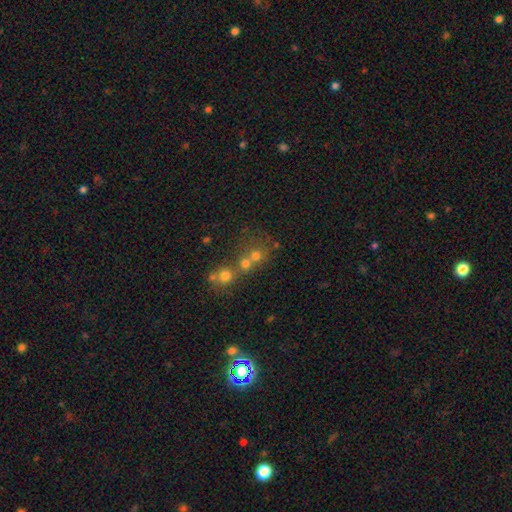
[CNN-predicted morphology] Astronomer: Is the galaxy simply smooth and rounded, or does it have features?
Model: smooth — 63%.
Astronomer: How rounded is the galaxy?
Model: round — 85%.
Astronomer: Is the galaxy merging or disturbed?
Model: merger — 46% (runner-up: none, 44%).